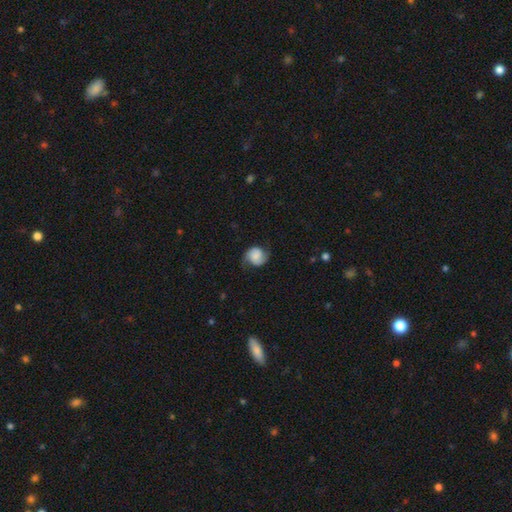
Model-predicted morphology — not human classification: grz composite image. It shows a featured or disk galaxy (49%). Merging: none (68%).